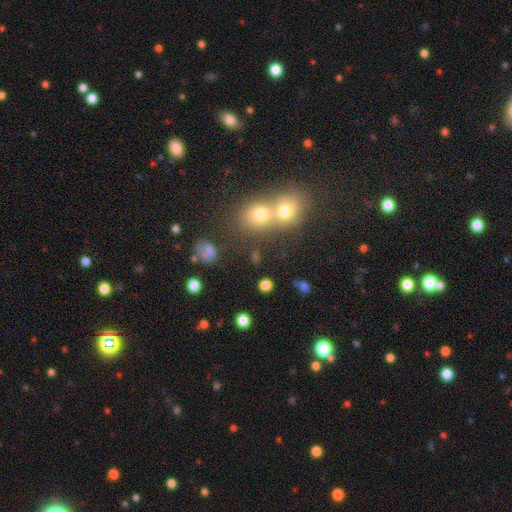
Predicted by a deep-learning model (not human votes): Q: Smooth or featured?
A: smooth (58%); runner-up: star or artifact (27%)
Q: How rounded?
A: round (64%); runner-up: in between (34%)
Q: Merging?
A: merger (48%); runner-up: none (40%)